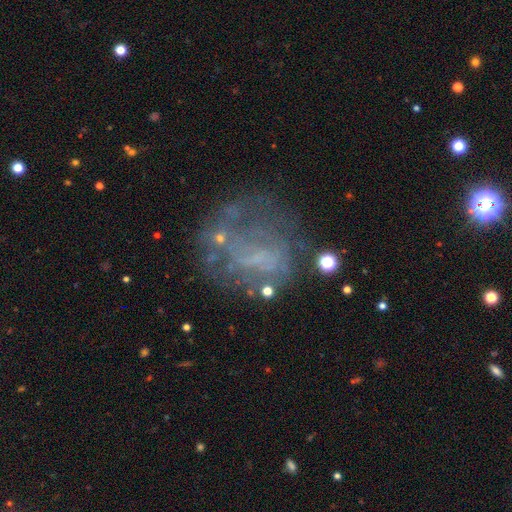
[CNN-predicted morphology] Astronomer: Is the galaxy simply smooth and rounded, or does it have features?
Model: featured or disk — 53%.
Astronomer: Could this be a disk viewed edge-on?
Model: no — 97%.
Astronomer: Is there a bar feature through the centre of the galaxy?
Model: no — 68%.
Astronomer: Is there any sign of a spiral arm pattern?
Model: no — 70%.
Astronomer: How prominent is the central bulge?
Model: none — 61%.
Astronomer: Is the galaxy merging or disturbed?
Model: none — 52%.